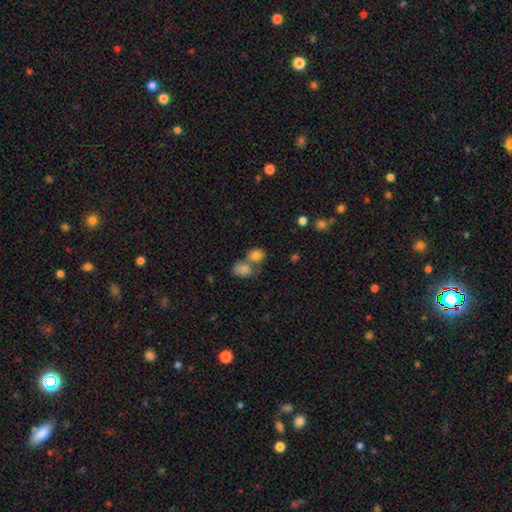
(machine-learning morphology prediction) Smooth or featured?
  - smooth: 82% *
  - star or artifact: 10%
  - featured or disk: 8%
How rounded?
  - round: 51% *
  - in between: 48%
  - cigar-shaped: 1%
Merging?
  - merger: 51% *
  - none: 36%
  - minor disturbance: 9%
  - major disturbance: 4%